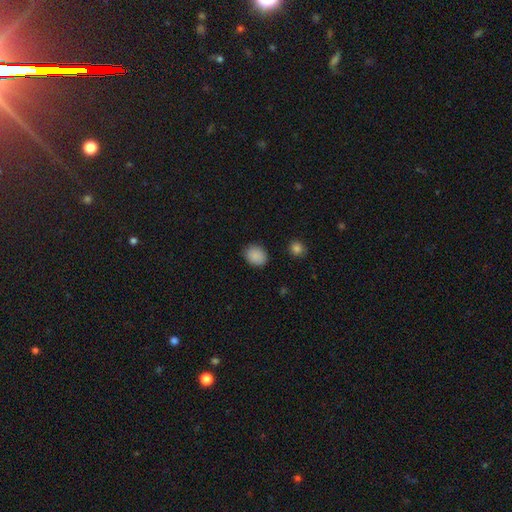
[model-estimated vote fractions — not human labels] This appears to be a smooth galaxy with no disk features (88%) that is in between round and cigar-shaped (52%). Merging: none (86%).